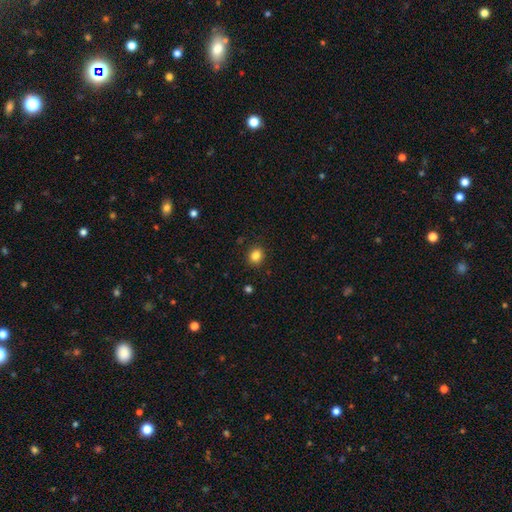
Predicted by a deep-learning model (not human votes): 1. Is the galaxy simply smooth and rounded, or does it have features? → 84% smooth, 11% star or artifact, 5% featured or disk.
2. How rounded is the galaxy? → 69% round, 30% in between, 1% cigar-shaped.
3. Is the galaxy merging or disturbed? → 90% none, 7% minor disturbance, 2% major disturbance, 1% merger.